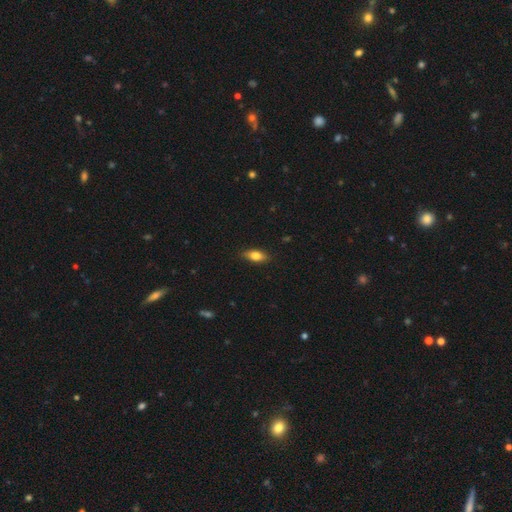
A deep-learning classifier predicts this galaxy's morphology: A smooth galaxy with no disk features (77%) that is in between round and cigar-shaped (82%).

Vote fractions:
- Smooth or featured? smooth: 77% / featured or disk: 16% / star or artifact: 7%
- How rounded? in between: 82% / cigar-shaped: 14% / round: 4%
- Merging? none: 85% / minor disturbance: 12% / major disturbance: 2% / merger: 1%